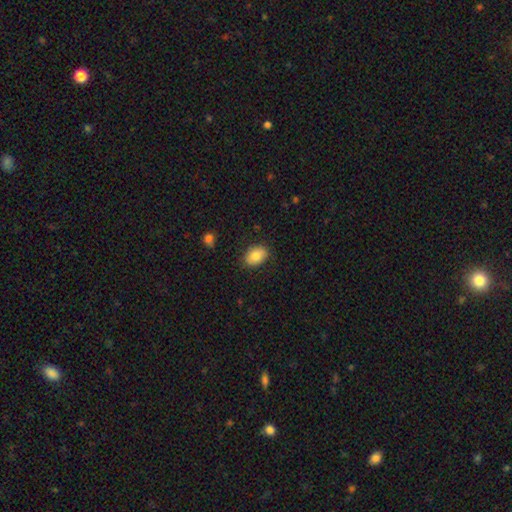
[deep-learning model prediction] This appears to be a smooth galaxy with no disk features (84%) that is in between round and cigar-shaped (83%). Merging: none (85%).